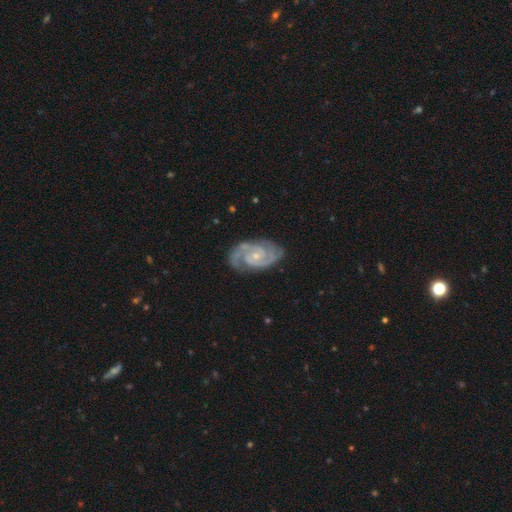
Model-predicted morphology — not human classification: type=featured or disk (93%); edge-on=no (98%); bar=no (60%); spiral arms=yes (99%); winding=tight (53%); arm count=2 (84%); bulge=small (72%); merging=none (80%).